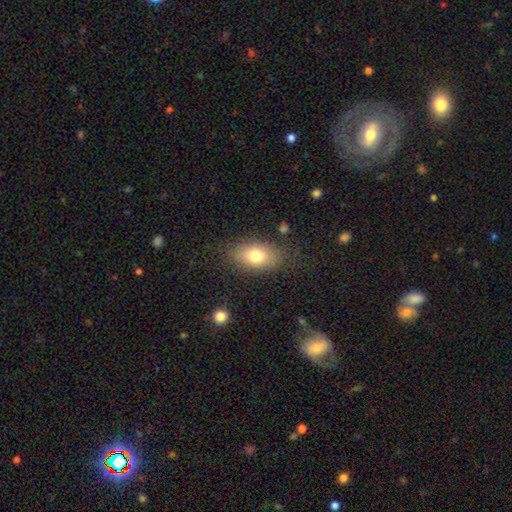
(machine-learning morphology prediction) type=smooth (76%); roundness=in between (86%); merging=none (78%).